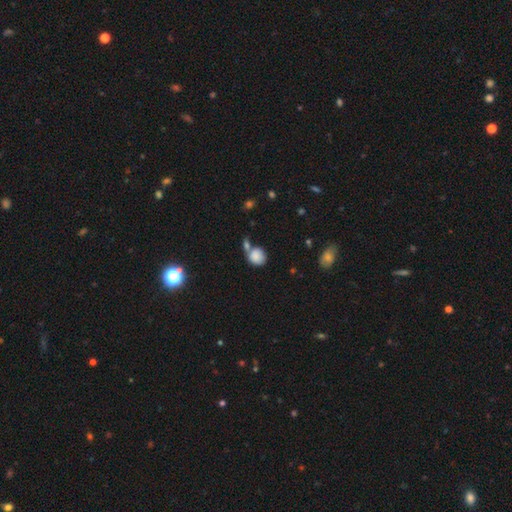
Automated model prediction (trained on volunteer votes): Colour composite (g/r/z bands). It shows a smooth galaxy with no disk features (83%) that is round (73%). Merging: none (44%).